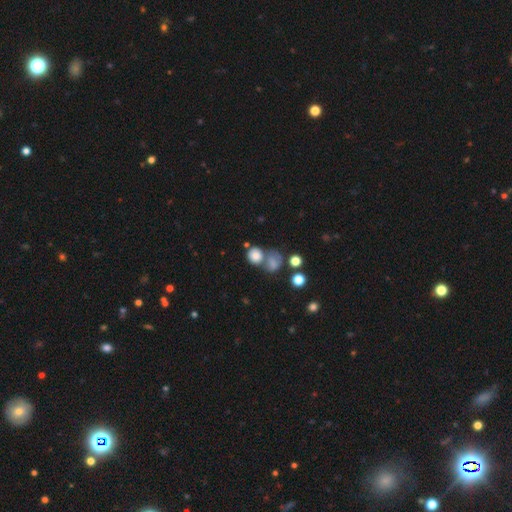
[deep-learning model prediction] This is likely a smooth galaxy (78%). How rounded: likely round (79%). Merging: marginally none (42%).